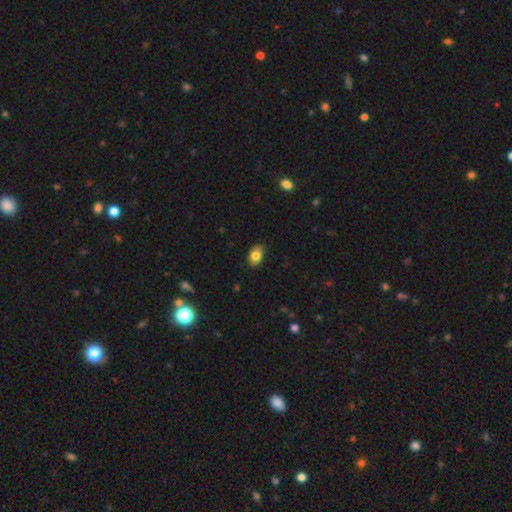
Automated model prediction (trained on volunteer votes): Overall: smooth (81%). How rounded: in between (82%). Merging: none (84%).